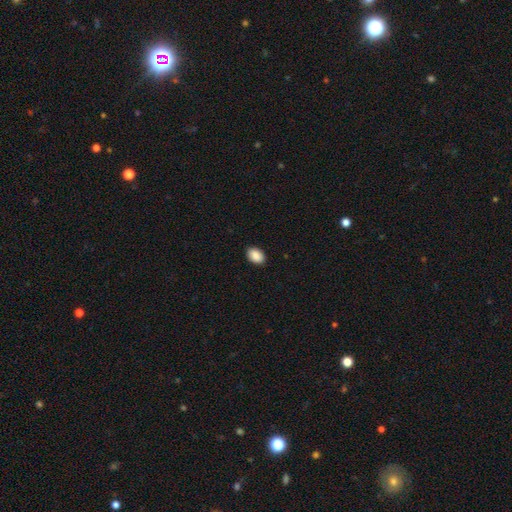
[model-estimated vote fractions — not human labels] smooth_or_featured: smooth (p=0.90) [alt: star or artifact p=0.07]
how_rounded: in between (p=0.83) [alt: round p=0.16]
merging: none (p=0.90) [alt: minor disturbance p=0.08]